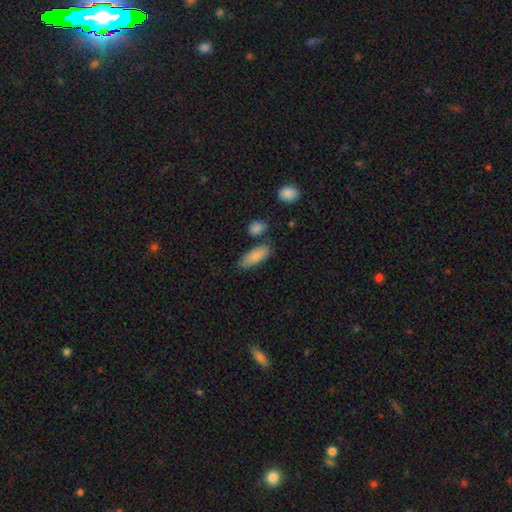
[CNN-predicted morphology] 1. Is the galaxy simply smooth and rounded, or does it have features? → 85% smooth, 9% featured or disk, 6% star or artifact.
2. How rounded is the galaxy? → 76% in between, 22% cigar-shaped, 2% round.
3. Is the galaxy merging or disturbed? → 74% none, 15% minor disturbance, 7% merger, 4% major disturbance.